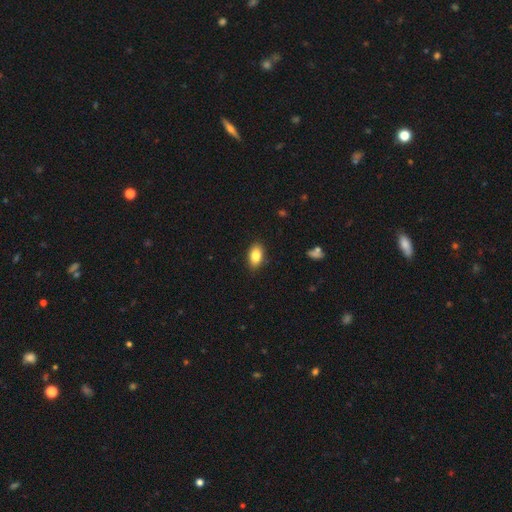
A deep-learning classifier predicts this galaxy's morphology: smooth 85%, star or artifact 8%, featured or disk 8%. Down the decision tree: how rounded — in between (90%); merging — none (85%).